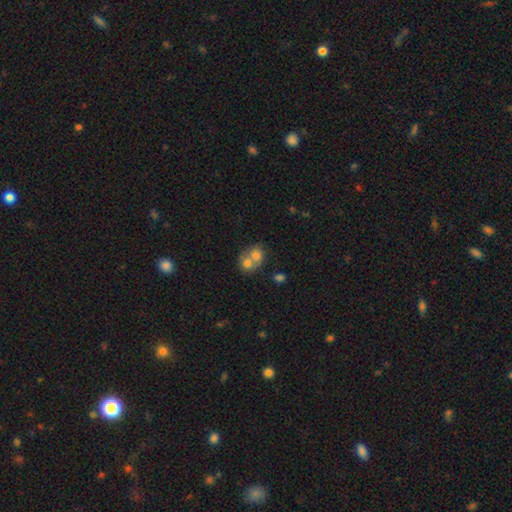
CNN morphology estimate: smooth_or_featured: smooth (p=0.68) [alt: featured or disk p=0.23]
how_rounded: round (p=0.64) [alt: in between p=0.36]
merging: merger (p=0.73) [alt: none p=0.19]